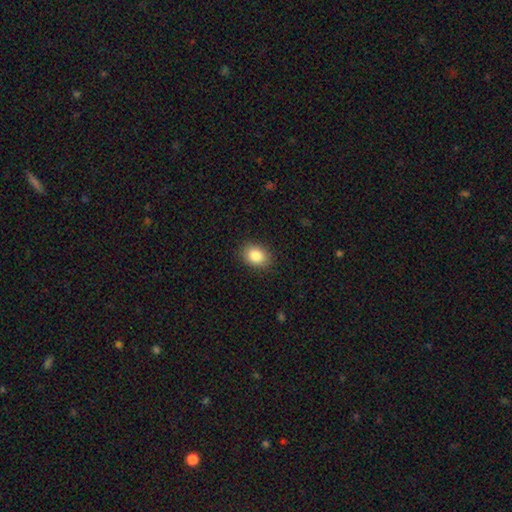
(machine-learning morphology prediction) Overall: smooth (86%). How rounded: in between (68%; round 31%). Merging: none (88%).